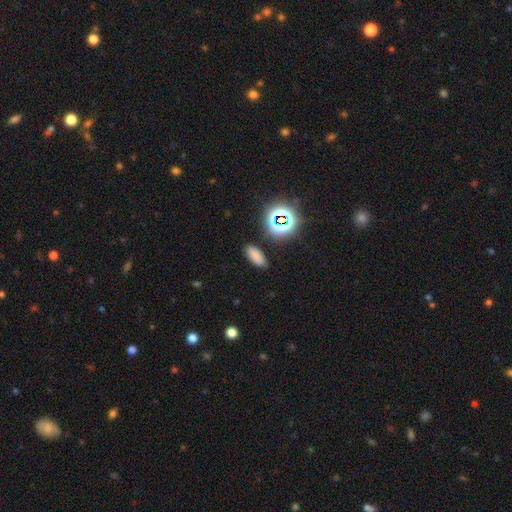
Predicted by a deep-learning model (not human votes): Smooth or featured? Predicted: smooth (p=0.74). How rounded? Predicted: in between (p=0.81). Merging? Predicted: none (p=0.86).